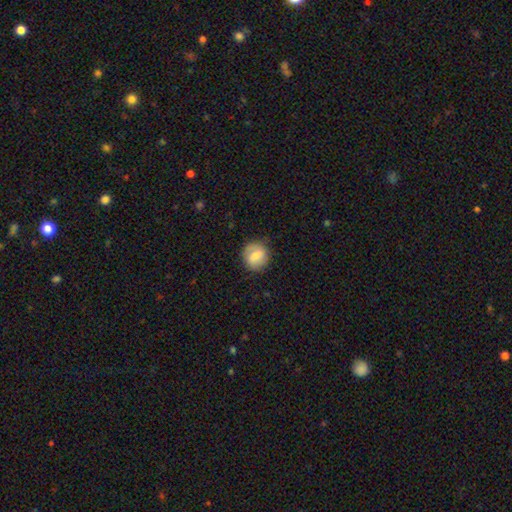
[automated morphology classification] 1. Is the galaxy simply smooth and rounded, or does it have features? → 71% smooth, 22% featured or disk, 7% star or artifact.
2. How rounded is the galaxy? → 87% round, 12% in between, 1% cigar-shaped.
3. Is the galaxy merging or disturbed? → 83% none, 12% minor disturbance, 3% major disturbance, 1% merger.